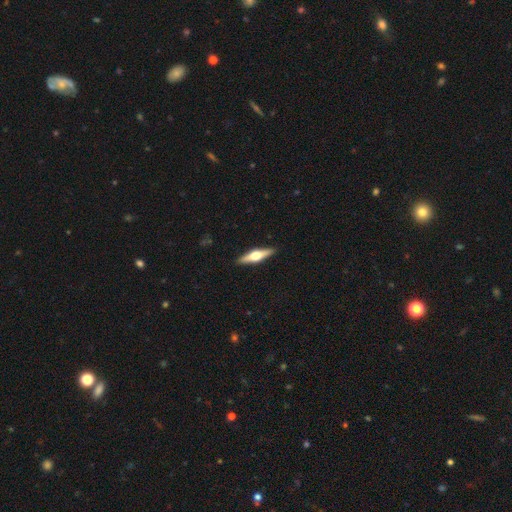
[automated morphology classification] Smooth or featured?
  - featured or disk: 64% *
  - smooth: 30%
  - star or artifact: 5%
Edge-on disk?
  - yes: 96% *
  - no: 4%
Edge-on bulge?
  - rounded: 94% *
  - boxy: 4%
  - none: 2%
Merging?
  - none: 91% *
  - minor disturbance: 7%
  - major disturbance: 1%
  - merger: 1%